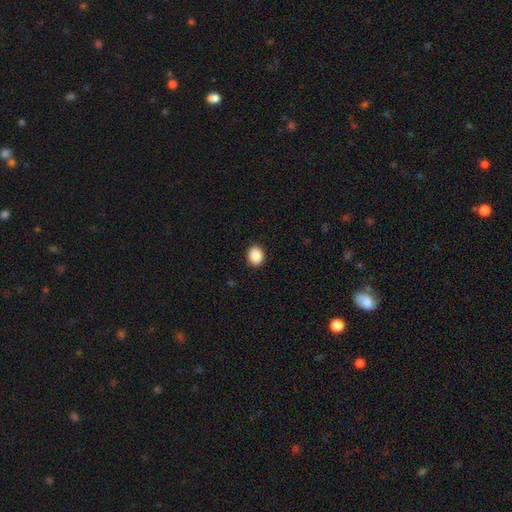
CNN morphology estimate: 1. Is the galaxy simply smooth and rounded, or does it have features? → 89% smooth, 8% star or artifact, 2% featured or disk.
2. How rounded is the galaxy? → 54% round, 45% in between, 1% cigar-shaped.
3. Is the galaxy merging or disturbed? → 90% none, 7% minor disturbance, 2% major disturbance, 1% merger.